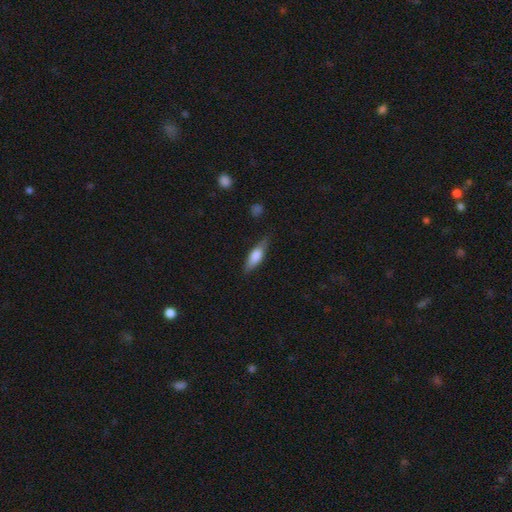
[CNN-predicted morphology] This is likely a smooth galaxy (62%). How rounded: possibly in between (50%). Merging: likely none (77%).